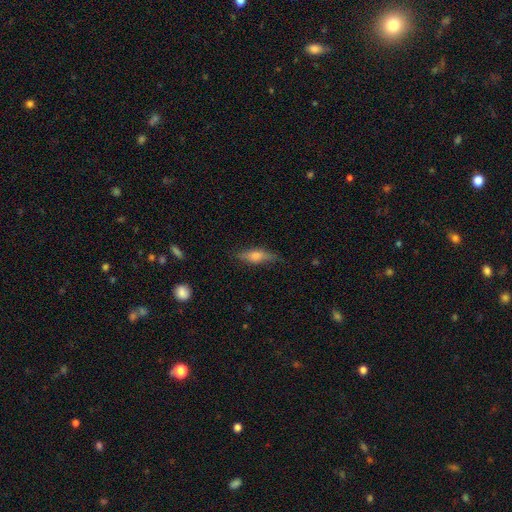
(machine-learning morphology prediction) smooth_or_featured: smooth (p=0.47) [alt: featured or disk p=0.45]
merging: none (p=0.78) [alt: minor disturbance p=0.17]